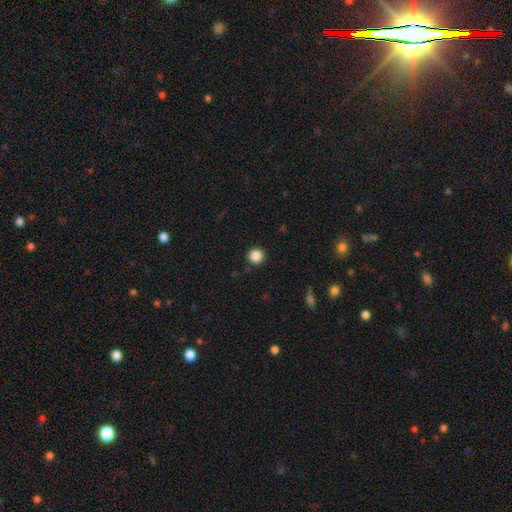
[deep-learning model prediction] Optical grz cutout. It shows a smooth galaxy with no disk features (86%) that is round (96%). Merging: none (92%).